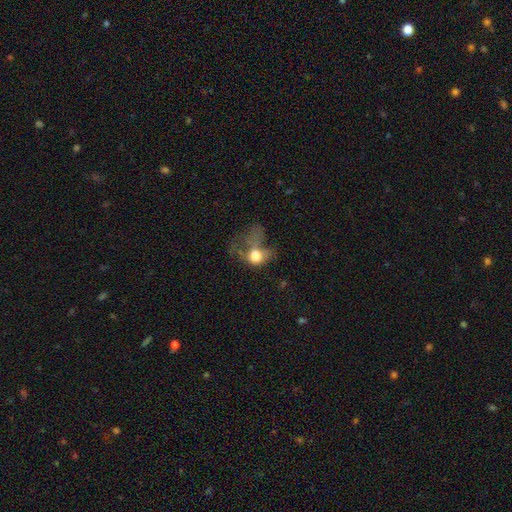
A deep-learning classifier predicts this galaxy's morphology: A smooth galaxy with no disk features (63%) that is in between round and cigar-shaped (52%). Merging: major disturbance (60%).